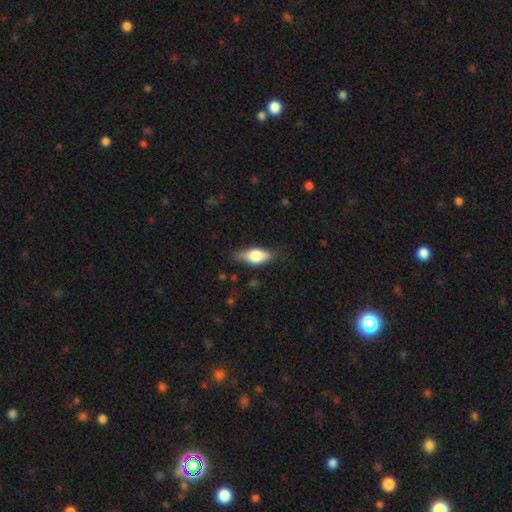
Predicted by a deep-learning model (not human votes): Smooth or featured: smooth — 59% (featured or disk — 34%)
How rounded: in between — 76% (cigar-shaped — 19%)
Merging: none — 77% (minor disturbance — 17%)